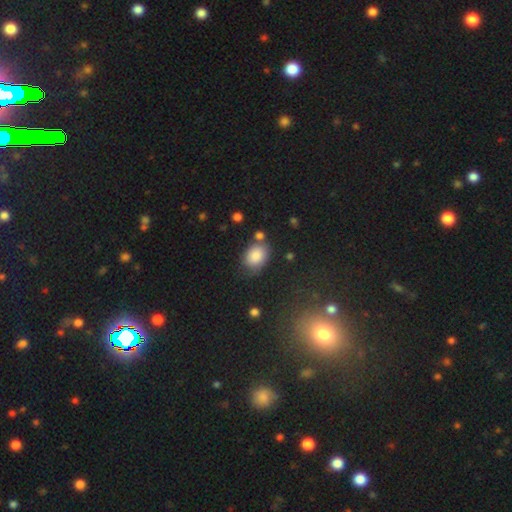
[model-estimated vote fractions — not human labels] The model was most divided on "merging": none: 64%, minor disturbance: 21%, merger: 9%, major disturbance: 6%. More confident: smooth or featured — smooth (85%); how rounded — in between (71%).